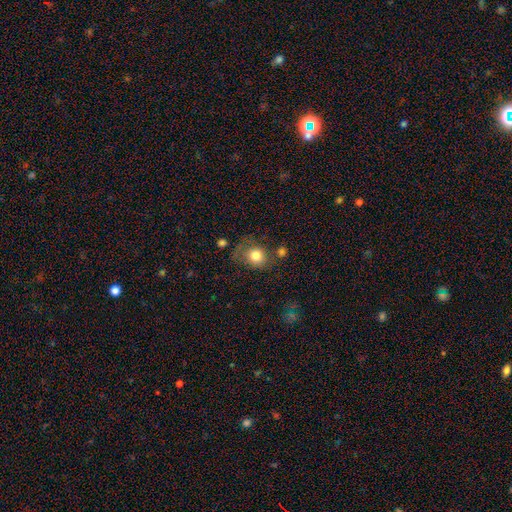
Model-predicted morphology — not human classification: Overall: smooth (80%). How rounded: round (73%). Merging: none (56%; minor disturbance 23%).